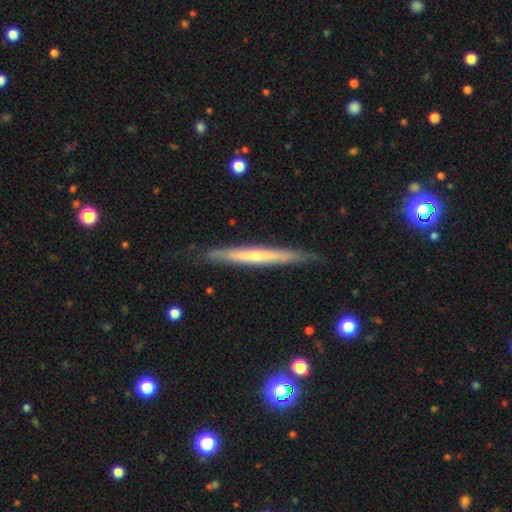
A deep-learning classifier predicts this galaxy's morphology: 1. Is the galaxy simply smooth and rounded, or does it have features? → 57% featured or disk, 37% smooth, 6% star or artifact.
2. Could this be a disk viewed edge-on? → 95% yes, 5% no.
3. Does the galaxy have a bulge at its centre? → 65% none, 30% rounded, 5% boxy.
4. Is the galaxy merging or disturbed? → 86% none, 11% minor disturbance, 2% major disturbance, 1% merger.